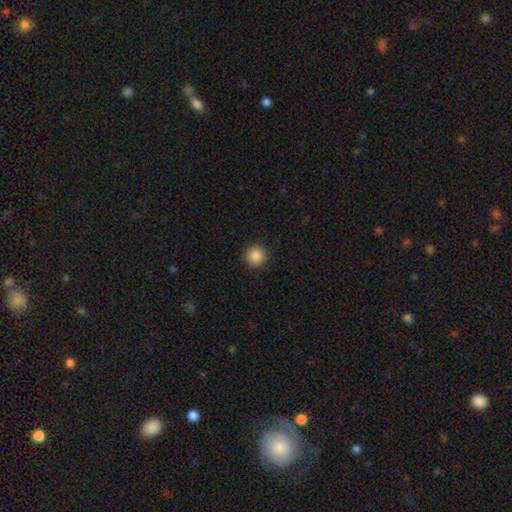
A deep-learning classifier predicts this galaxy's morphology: Q: Smooth or featured?
A: smooth (87%); runner-up: star or artifact (10%)
Q: How rounded?
A: round (96%); runner-up: in between (3%)
Q: Merging?
A: none (93%); runner-up: minor disturbance (5%)